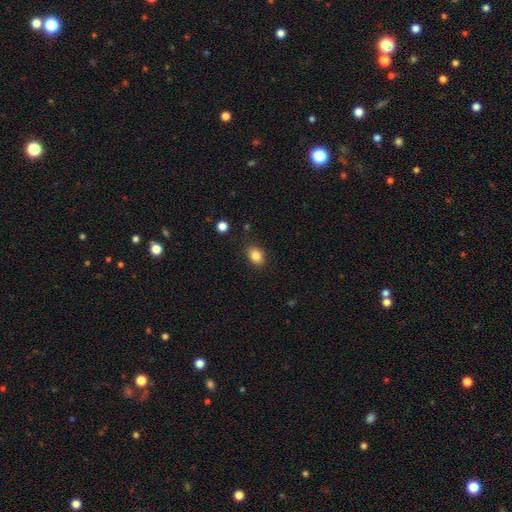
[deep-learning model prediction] Morphology: type=smooth (84%); roundness=in between (71%); merging=none (83%).